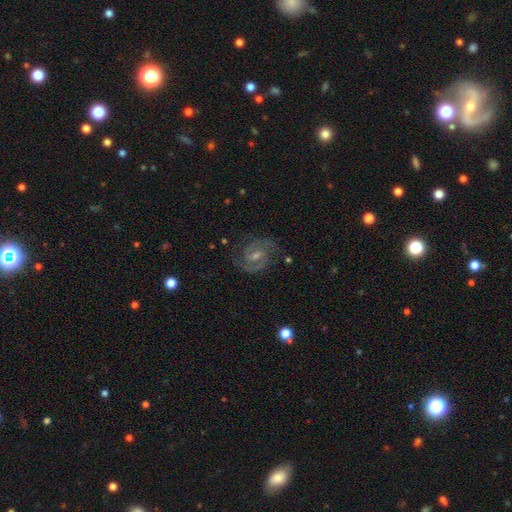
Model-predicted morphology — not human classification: type=featured or disk (89%); edge-on=no (98%); bar=weak (53%); spiral arms=yes (98%); winding=medium (52%); arm count=2 (91%); bulge=small (53%); merging=none (83%).